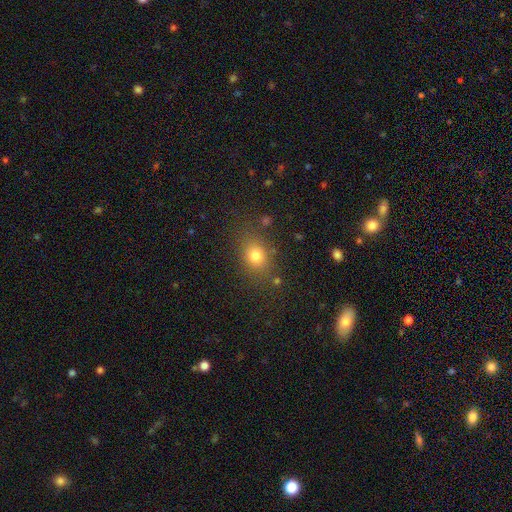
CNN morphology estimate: A smooth galaxy with no disk features (78%) that is in between round and cigar-shaped (52%).

Vote fractions:
- Smooth or featured? smooth: 78% / star or artifact: 14% / featured or disk: 8%
- How rounded? in between: 52% / round: 46% / cigar-shaped: 2%
- Merging? none: 78% / minor disturbance: 13% / major disturbance: 5% / merger: 3%